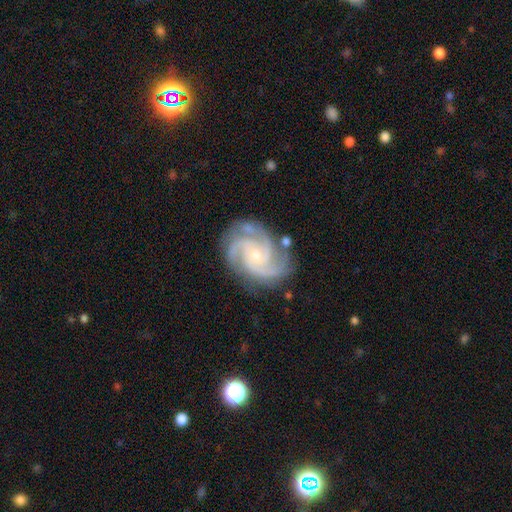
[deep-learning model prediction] Smooth or featured? Predicted: featured or disk (p=0.92). Edge-on disk? Predicted: no (p=0.98). Bar? Predicted: no (p=0.69). Spiral arms? Predicted: yes (p=0.99). Spiral winding? Predicted: tight (p=0.57). Spiral arm count? Predicted: 3 (p=0.55). Bulge size? Predicted: small (p=0.62). Merging? Predicted: none (p=0.78).